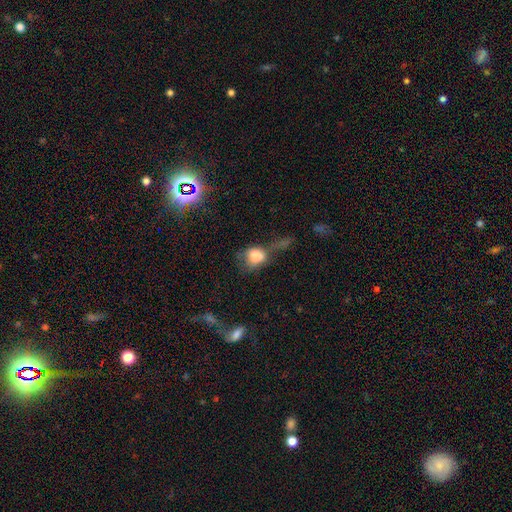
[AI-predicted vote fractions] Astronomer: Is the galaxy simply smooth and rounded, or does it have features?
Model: smooth — 74%.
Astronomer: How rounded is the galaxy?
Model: in between — 56% (runner-up: round, 42%).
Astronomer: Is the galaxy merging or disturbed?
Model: major disturbance — 37% (runner-up: none, 22%).